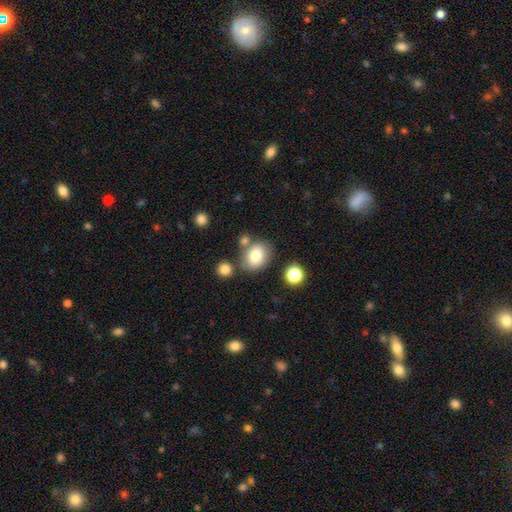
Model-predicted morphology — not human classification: Smooth or featured? Predicted: smooth (p=0.79). How rounded? Predicted: in between (p=0.57). Merging? Predicted: none (p=0.67).